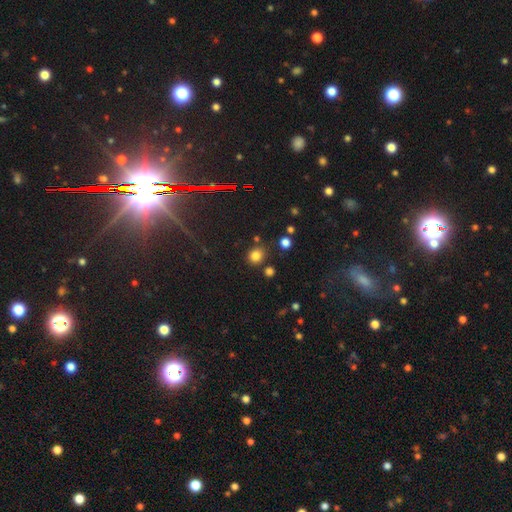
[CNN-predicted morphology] Q: Smooth or featured?
A: smooth (79%); runner-up: star or artifact (15%)
Q: How rounded?
A: round (73%); runner-up: in between (26%)
Q: Merging?
A: none (78%); runner-up: minor disturbance (11%)